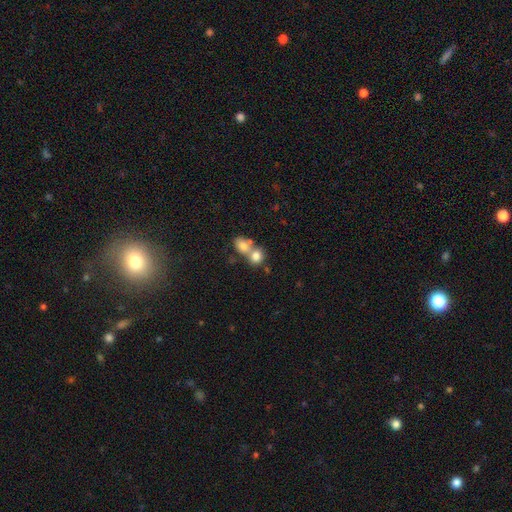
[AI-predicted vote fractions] Smooth or featured?
  - smooth: 78% *
  - featured or disk: 12%
  - star or artifact: 10%
How rounded?
  - round: 63% *
  - in between: 36%
  - cigar-shaped: 1%
Merging?
  - merger: 64% *
  - none: 27%
  - minor disturbance: 6%
  - major disturbance: 3%